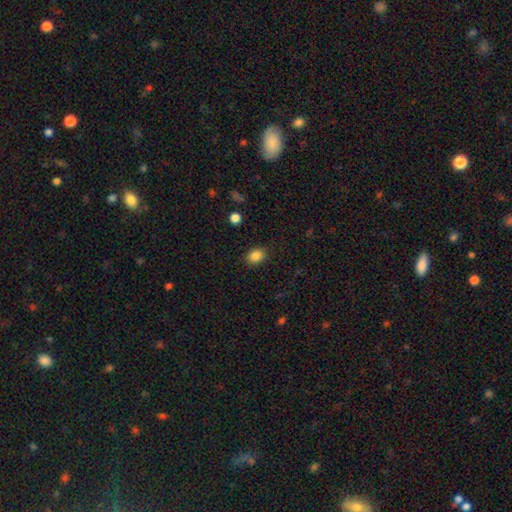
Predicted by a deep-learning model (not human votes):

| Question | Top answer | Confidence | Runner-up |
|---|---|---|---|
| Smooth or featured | smooth | 85% | star or artifact (10%) |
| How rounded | in between | 58% | round (41%) |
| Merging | none | 86% | minor disturbance (10%) |